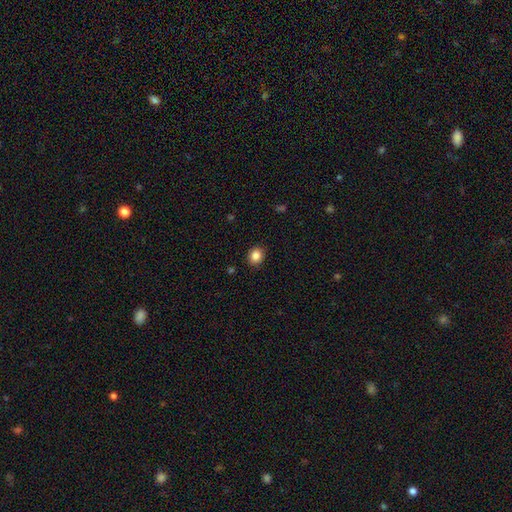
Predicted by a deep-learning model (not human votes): The model was most divided on "how rounded": round: 67%, in between: 32%, cigar-shaped: 1%. More confident: merging — none (89%); smooth or featured — smooth (86%).